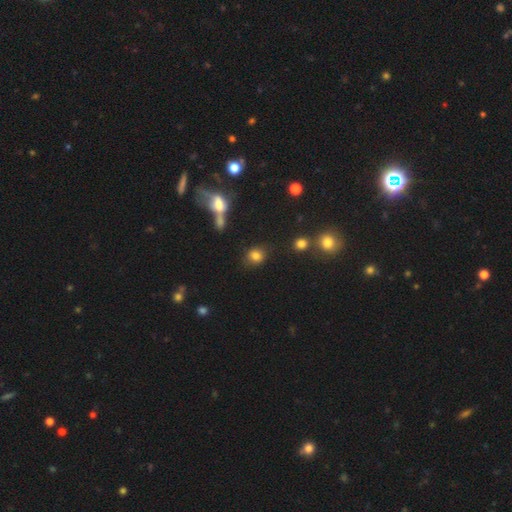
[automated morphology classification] smooth_or_featured: smooth (p=0.79) [alt: star or artifact p=0.13]
how_rounded: round (p=0.69) [alt: in between p=0.29]
merging: none (p=0.73) [alt: minor disturbance p=0.14]